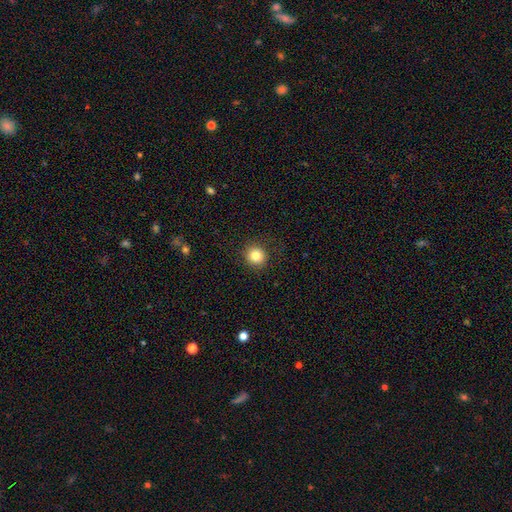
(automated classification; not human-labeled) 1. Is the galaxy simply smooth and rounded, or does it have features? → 83% smooth, 11% star or artifact, 6% featured or disk.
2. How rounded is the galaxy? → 92% round, 7% in between, 1% cigar-shaped.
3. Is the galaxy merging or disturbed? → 89% none, 7% minor disturbance, 3% major disturbance, 1% merger.